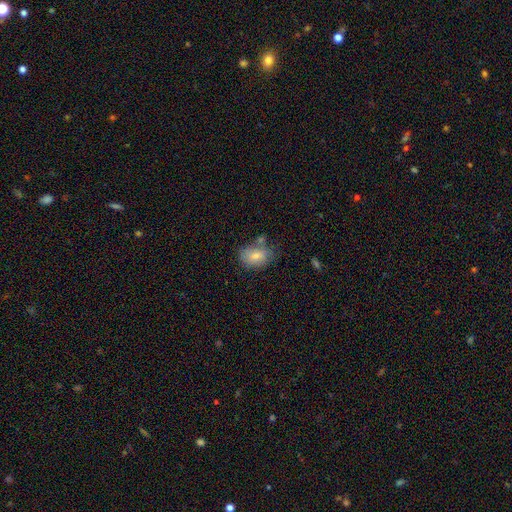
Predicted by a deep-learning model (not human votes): Morphology: type=smooth (76%); roundness=in between (79%); merging=none (56%).